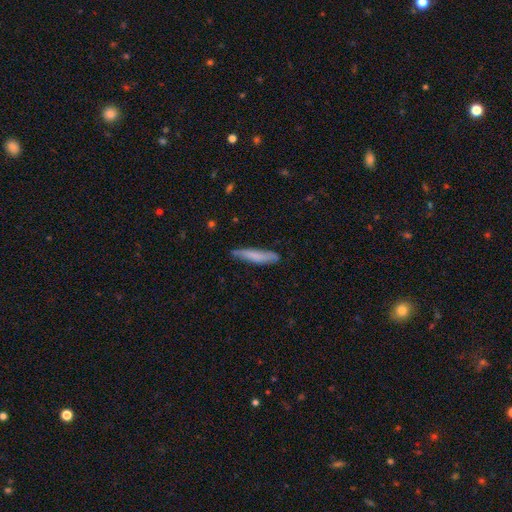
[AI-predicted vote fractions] Smooth or featured?
  - smooth: 72% *
  - featured or disk: 22%
  - star or artifact: 6%
How rounded?
  - cigar-shaped: 89% *
  - in between: 9%
  - round: 1%
Merging?
  - none: 76% *
  - minor disturbance: 19%
  - major disturbance: 3%
  - merger: 2%